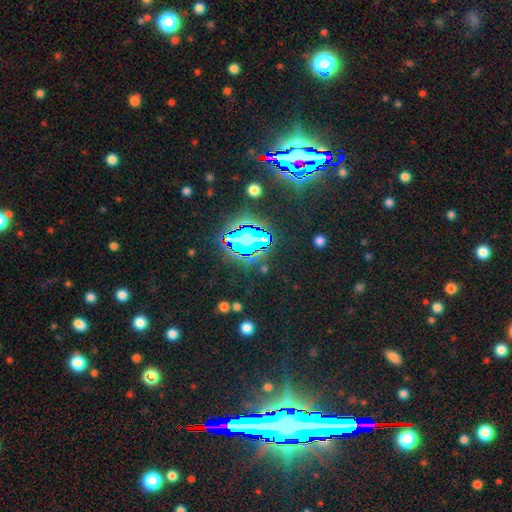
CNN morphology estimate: star or artifact 83%, smooth 9%, featured or disk 8%.